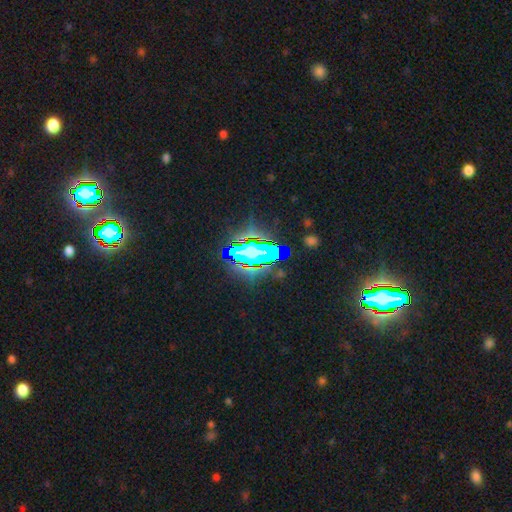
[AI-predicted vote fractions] Smooth or featured? star or artifact (55%)